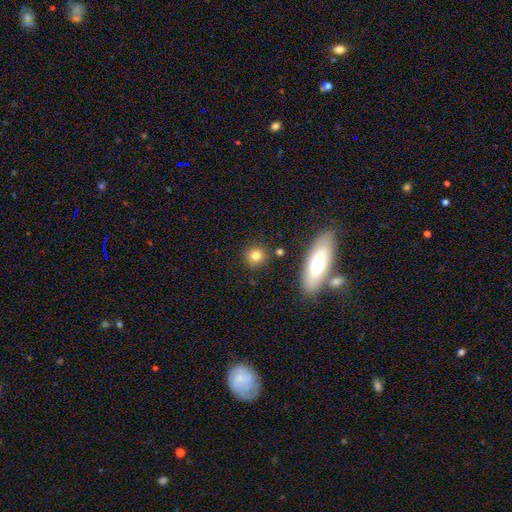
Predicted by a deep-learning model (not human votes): smooth_or_featured: smooth (p=0.79) [alt: star or artifact p=0.11]
how_rounded: round (p=0.88) [alt: in between p=0.10]
merging: none (p=0.85) [alt: minor disturbance p=0.08]